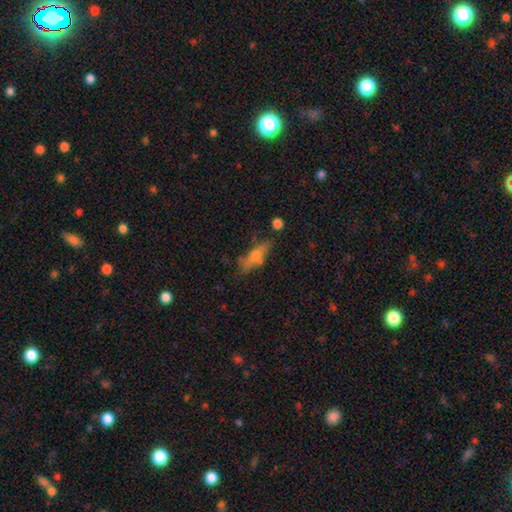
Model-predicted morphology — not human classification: This appears to be a smooth galaxy with no disk features (59%) that is cigar-shaped (53%). Merging: none (60%).